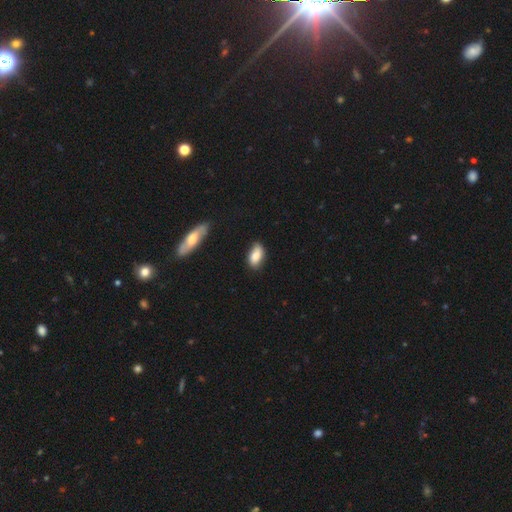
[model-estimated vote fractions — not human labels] This is clearly a smooth galaxy (83%). How rounded: clearly in between (91%). Merging: likely none (74%).